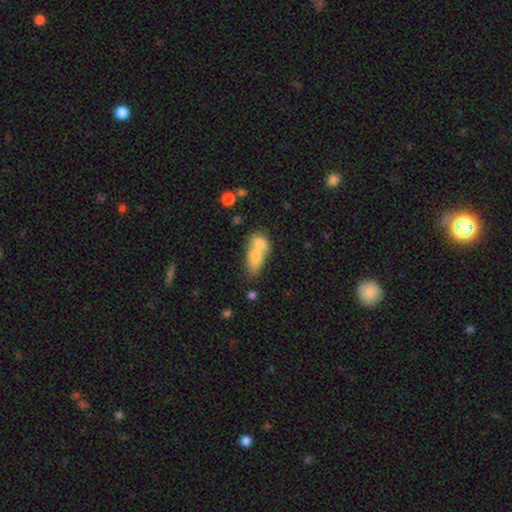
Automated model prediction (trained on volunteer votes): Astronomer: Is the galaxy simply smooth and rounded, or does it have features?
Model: smooth — 72%.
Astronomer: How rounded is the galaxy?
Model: in between — 74%.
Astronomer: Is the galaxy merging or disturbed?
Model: merger — 72%.